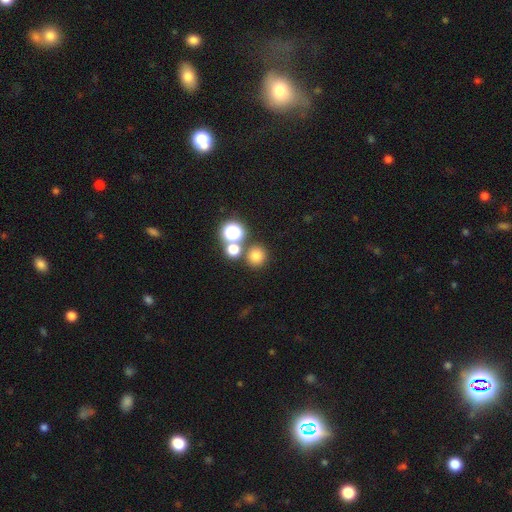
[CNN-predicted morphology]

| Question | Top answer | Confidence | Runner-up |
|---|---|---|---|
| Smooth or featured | smooth | 72% | star or artifact (21%) |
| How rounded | round | 91% | in between (8%) |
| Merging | none | 73% | merger (18%) |